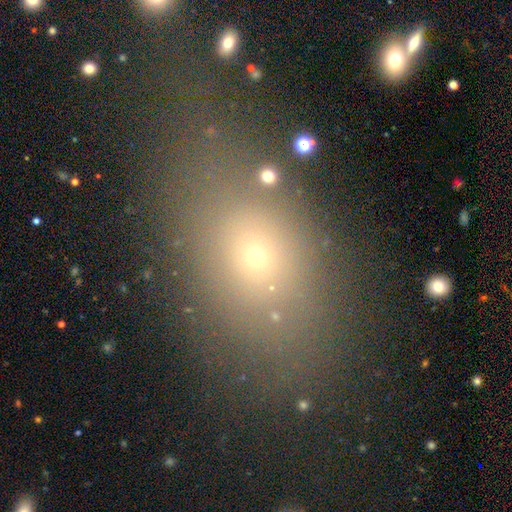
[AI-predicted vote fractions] Smooth or featured? Predicted: smooth (p=0.63). How rounded? Predicted: in between (p=0.77). Merging? Predicted: none (p=0.68).